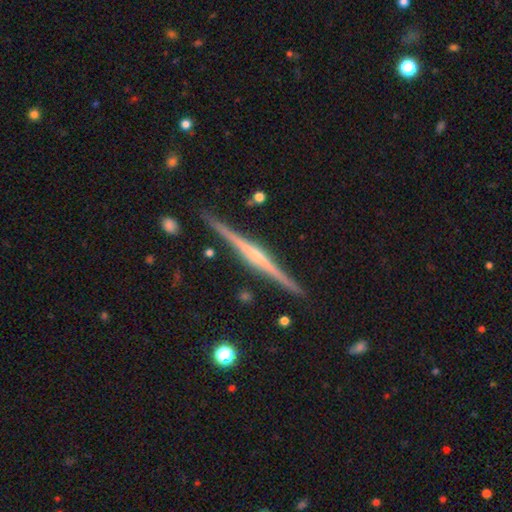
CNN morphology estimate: Smooth or featured: featured or disk — 82% (smooth — 13%)
Edge-on disk: yes — 98% (no — 2%)
Edge-on bulge: rounded — 57% (none — 29%)
Merging: none — 90% (minor disturbance — 7%)